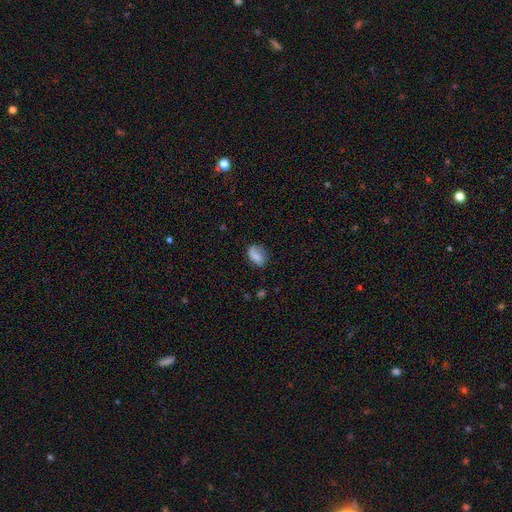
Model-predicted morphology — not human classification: Smooth or featured? smooth (71%)
How rounded? in between (85%)
Merging? none (58%)